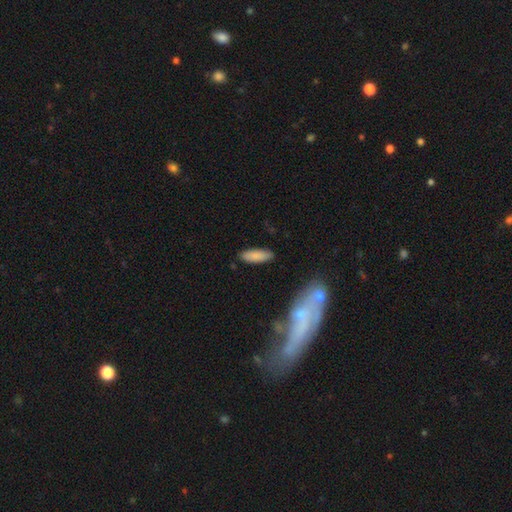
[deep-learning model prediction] Smooth or featured?
  - smooth: 85% *
  - featured or disk: 9%
  - star or artifact: 6%
How rounded?
  - in between: 61% *
  - cigar-shaped: 37%
  - round: 2%
Merging?
  - none: 86% *
  - minor disturbance: 10%
  - major disturbance: 2%
  - merger: 2%